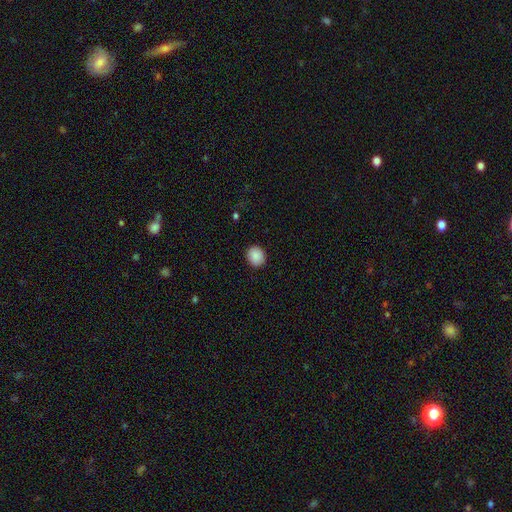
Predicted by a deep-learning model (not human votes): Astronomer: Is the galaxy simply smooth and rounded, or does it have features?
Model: smooth — 89%.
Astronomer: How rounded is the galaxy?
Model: round — 72%.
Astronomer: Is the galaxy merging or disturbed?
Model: none — 91%.